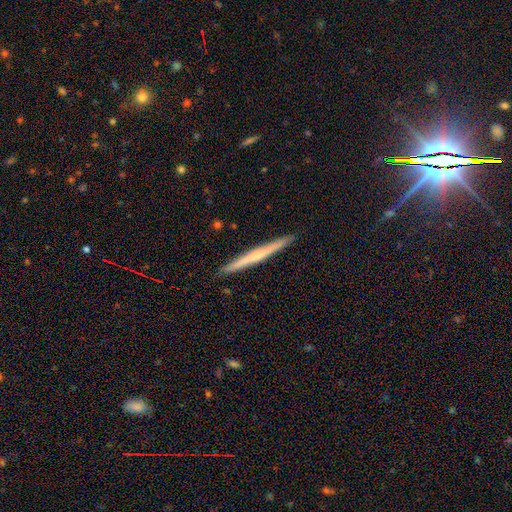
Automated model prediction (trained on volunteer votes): Smooth or featured: featured or disk — 56% (smooth — 38%)
Edge-on disk: yes — 98% (no — 2%)
Edge-on bulge: none — 61% (rounded — 33%)
Merging: none — 92% (minor disturbance — 6%)